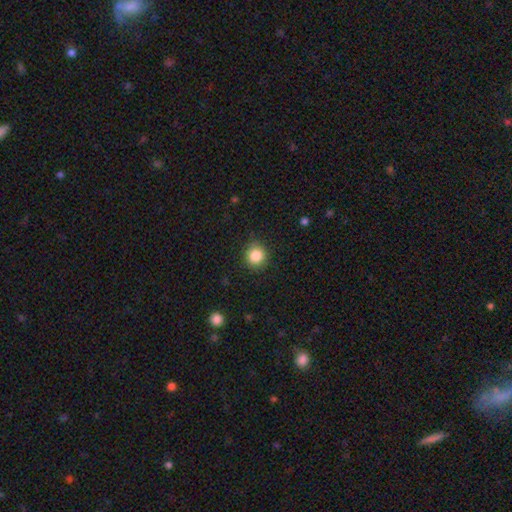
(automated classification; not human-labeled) Q: Smooth or featured?
A: smooth (85%); runner-up: star or artifact (10%)
Q: How rounded?
A: round (90%); runner-up: in between (9%)
Q: Merging?
A: none (88%); runner-up: minor disturbance (8%)